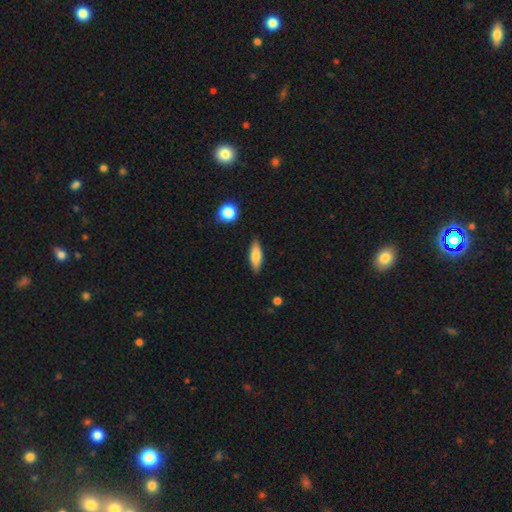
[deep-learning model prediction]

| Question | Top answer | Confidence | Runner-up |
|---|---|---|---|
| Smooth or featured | smooth | 77% | featured or disk (16%) |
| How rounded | in between | 60% | cigar-shaped (37%) |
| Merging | none | 86% | minor disturbance (10%) |